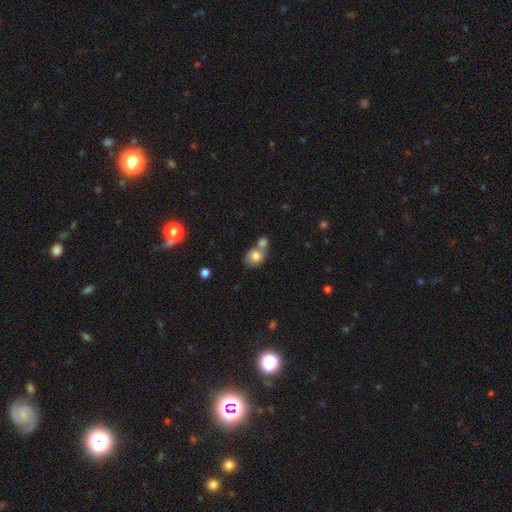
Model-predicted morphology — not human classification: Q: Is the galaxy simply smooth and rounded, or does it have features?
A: smooth — 79%.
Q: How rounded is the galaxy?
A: in between — 50%.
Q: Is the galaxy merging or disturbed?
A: merger — 52%.